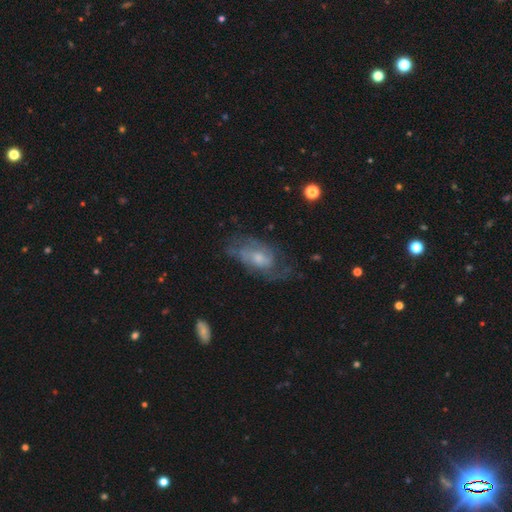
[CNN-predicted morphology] featured or disk 67%, smooth 18%, star or artifact 14%. Down the decision tree: edge-on disk — no (91%); bar — no (61%); spiral arms — yes (85%); spiral arm count — can't tell (41%); spiral winding — tight (44%); bulge size — moderate (45%); merging — none (69%).